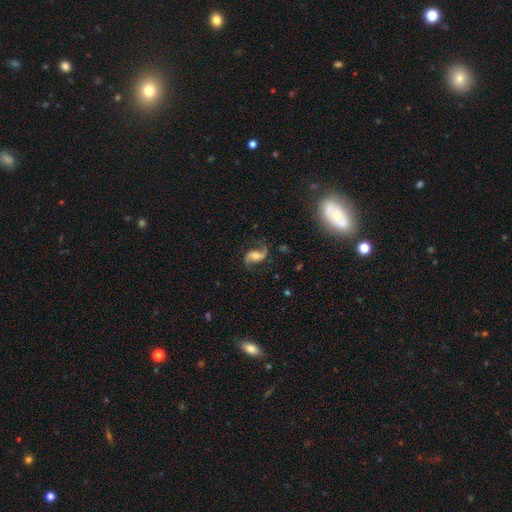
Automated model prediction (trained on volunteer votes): Smooth or featured?
  - featured or disk: 81% *
  - smooth: 12%
  - star or artifact: 7%
Edge-on disk?
  - no: 96% *
  - yes: 4%
Bar?
  - no: 48% *
  - weak: 36%
  - strong: 16%
Spiral arms?
  - yes: 95% *
  - no: 5%
Spiral winding?
  - loose: 70% *
  - medium: 24%
  - tight: 6%
Spiral arm count?
  - 2: 92% *
  - 1: 3%
  - can't tell: 2%
  - 3: 1%
  - 4: 1%
  - more than 4: 1%
Bulge size?
  - moderate: 54% *
  - small: 27%
  - large: 11%
  - none: 5%
  - dominant: 2%
Merging?
  - none: 74% *
  - minor disturbance: 16%
  - major disturbance: 8%
  - merger: 2%